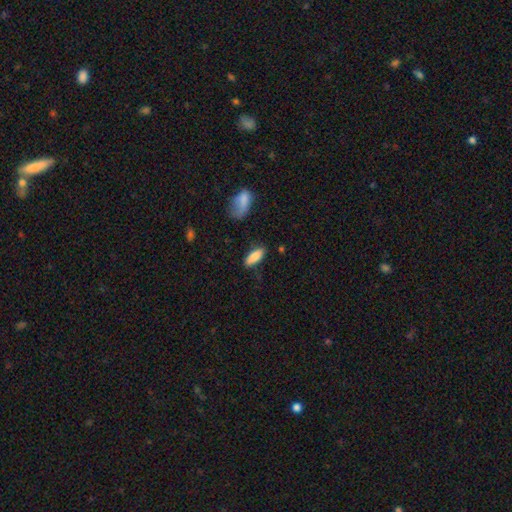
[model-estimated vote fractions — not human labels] The model was most divided on "how rounded": in between: 70%, cigar-shaped: 28%, round: 2%. More confident: smooth or featured — smooth (83%); merging — none (77%).